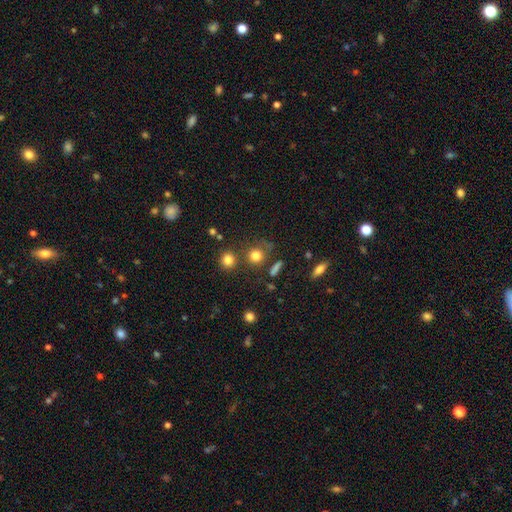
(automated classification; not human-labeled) This is likely a smooth galaxy (78%). How rounded: clearly round (87%). Merging: likely none (71%).